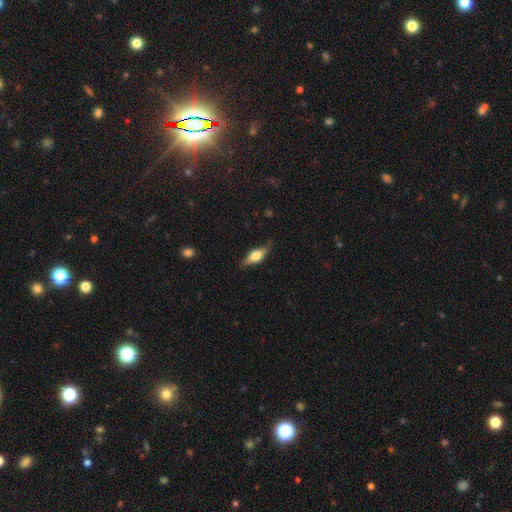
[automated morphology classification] featured or disk 56%, smooth 37%, star or artifact 7%. Down the decision tree: edge-on disk — yes (92%); edge-on bulge — rounded (90%); merging — none (78%).